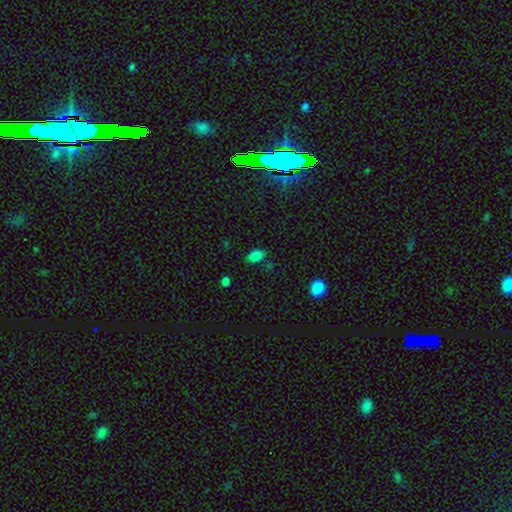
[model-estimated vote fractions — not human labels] smooth 82%, star or artifact 12%, featured or disk 6%. Down the decision tree: how rounded — in between (91%); merging — none (78%).